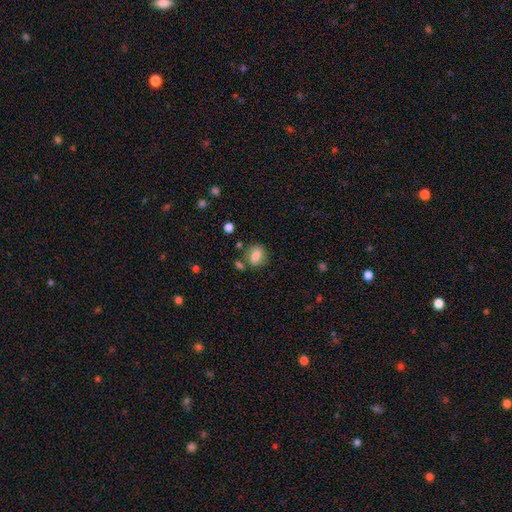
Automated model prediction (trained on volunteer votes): Morphology: type=smooth (78%); roundness=in between (54%); merging=none (70%).